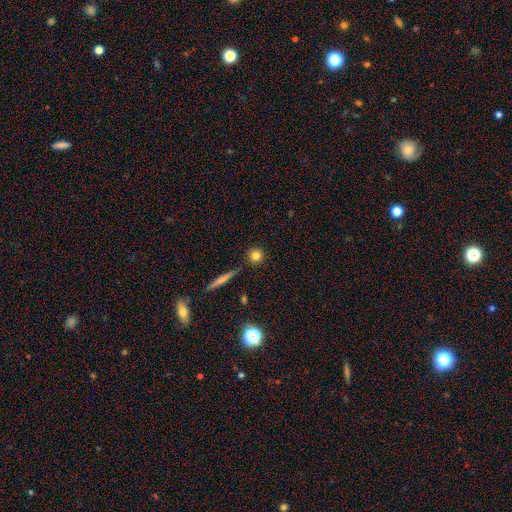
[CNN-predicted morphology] smooth 80%, star or artifact 11%, featured or disk 9%. Down the decision tree: how rounded — round (92%); merging — none (87%).